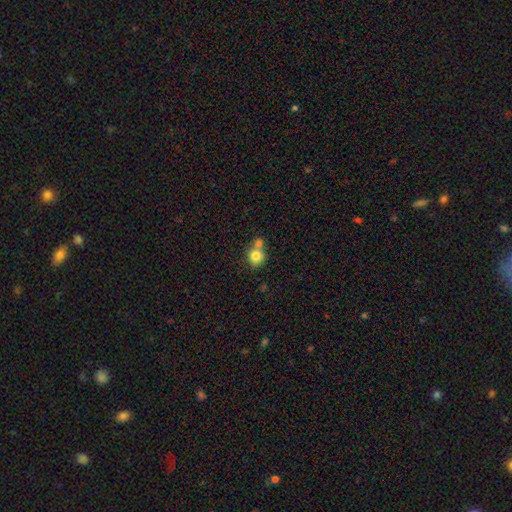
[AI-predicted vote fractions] Morphology: type=smooth (80%); roundness=round (84%); merging=none (47%).